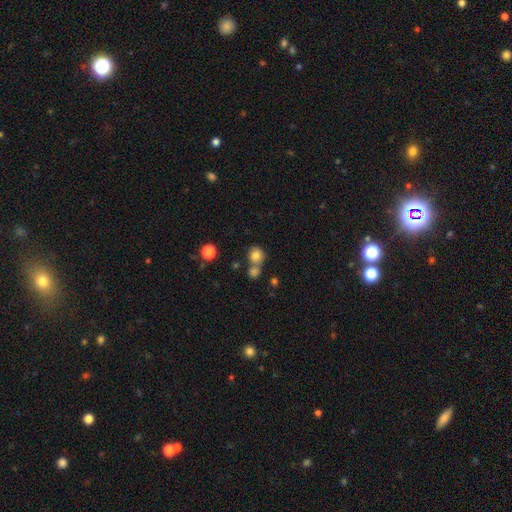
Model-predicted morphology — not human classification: Smooth or featured? Predicted: smooth (p=0.79). How rounded? Predicted: round (p=0.85). Merging? Predicted: none (p=0.54).